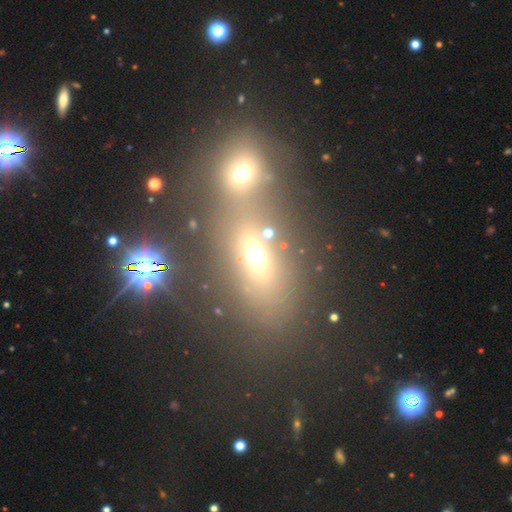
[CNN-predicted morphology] Smooth or featured? smooth (54%)
How rounded? in between (67%)
Merging? merger (52%)